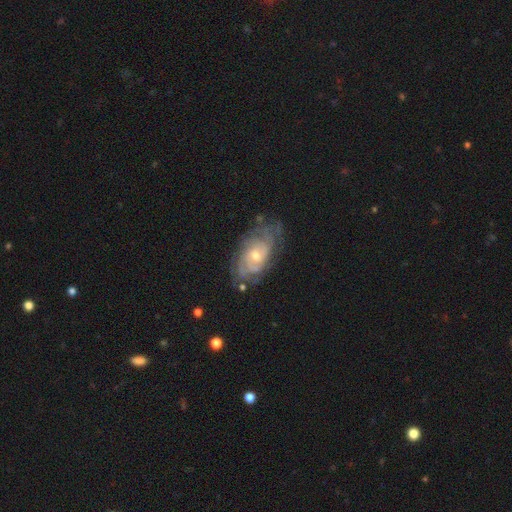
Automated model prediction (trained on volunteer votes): featured or disk 83%, smooth 11%, star or artifact 6%. Down the decision tree: edge-on disk — no (95%); bar — no (68%); spiral arms — yes (94%); spiral arm count — can't tell (44%); spiral winding — tight (70%); bulge size — moderate (48%, tied with small); merging — none (69%).